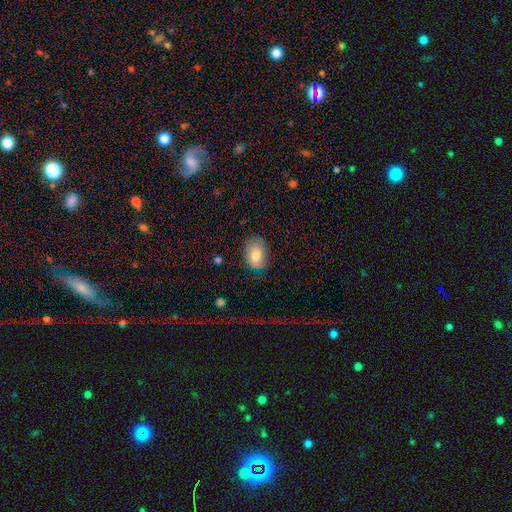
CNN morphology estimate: Smooth or featured?
  - smooth: 77% *
  - featured or disk: 15%
  - star or artifact: 8%
How rounded?
  - in between: 80% *
  - round: 19%
  - cigar-shaped: 1%
Merging?
  - none: 69% *
  - minor disturbance: 24%
  - major disturbance: 6%
  - merger: 1%